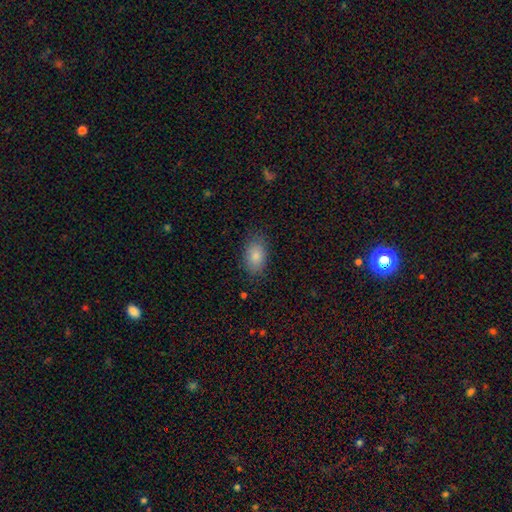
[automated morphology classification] smooth-or-featured: smooth: 84% | featured or disk: 8% | star or artifact: 8%
  how-rounded: in between: 88% | round: 10% | cigar-shaped: 1%
  merging: none: 82% | minor disturbance: 14% | major disturbance: 4% | merger: 1%